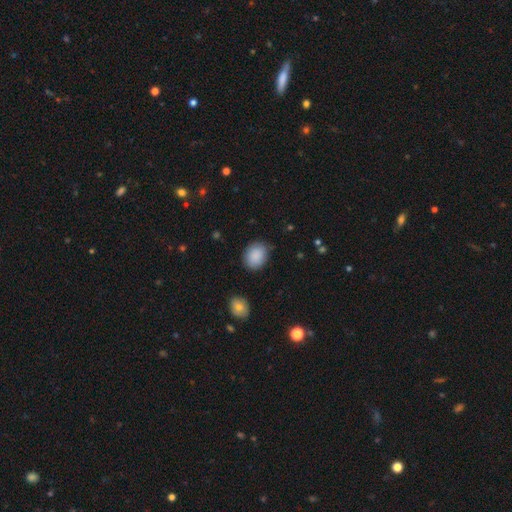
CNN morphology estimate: A smooth galaxy with no disk features (88%) that is round (53%). Merging: none (80%).